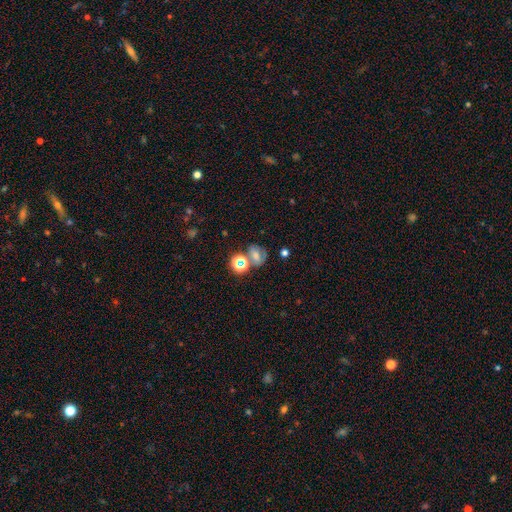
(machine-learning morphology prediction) This appears to be a smooth galaxy with no disk features (49%). Merging: none (50%).